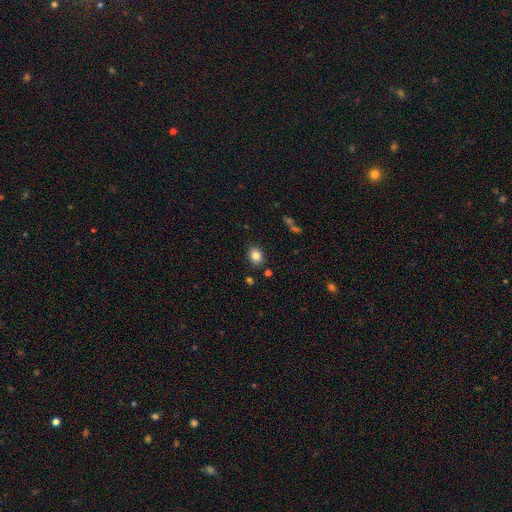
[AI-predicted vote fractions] This is clearly a smooth galaxy (83%). How rounded: possibly round (52%). Merging: clearly none (85%).